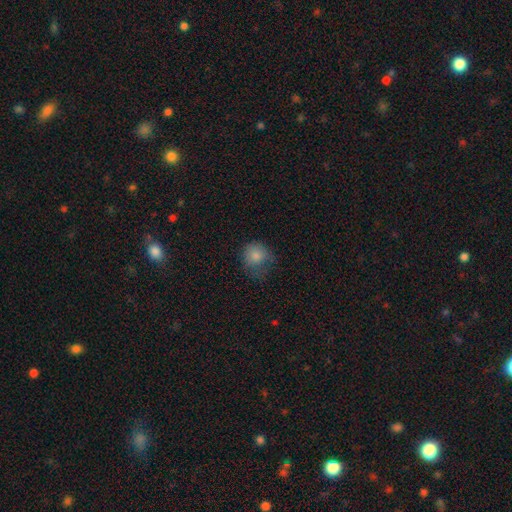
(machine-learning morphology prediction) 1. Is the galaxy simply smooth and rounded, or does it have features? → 81% smooth, 11% star or artifact, 8% featured or disk.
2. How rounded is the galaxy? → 79% round, 20% in between, 1% cigar-shaped.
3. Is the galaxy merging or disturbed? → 47% none, 30% minor disturbance, 21% major disturbance, 2% merger.